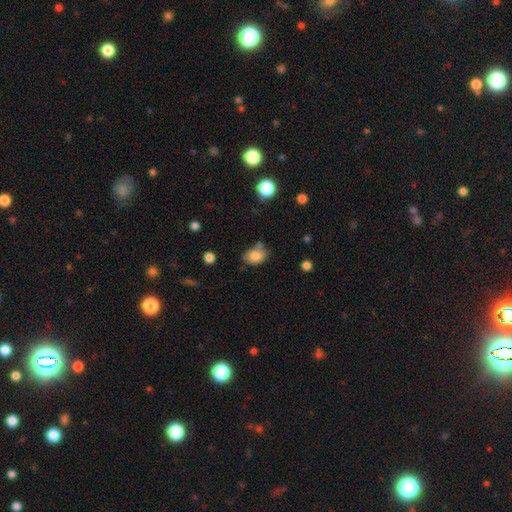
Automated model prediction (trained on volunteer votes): Smooth or featured? Predicted: smooth (p=0.81). How rounded? Predicted: in between (p=0.72). Merging? Predicted: none (p=0.64).